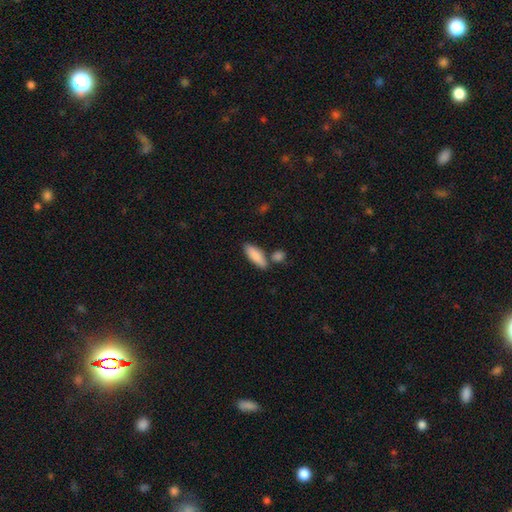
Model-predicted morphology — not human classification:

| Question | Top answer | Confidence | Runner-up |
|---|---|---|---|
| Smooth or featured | smooth | 86% | featured or disk (8%) |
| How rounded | in between | 58% | cigar-shaped (39%) |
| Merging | none | 69% | merger (14%) |